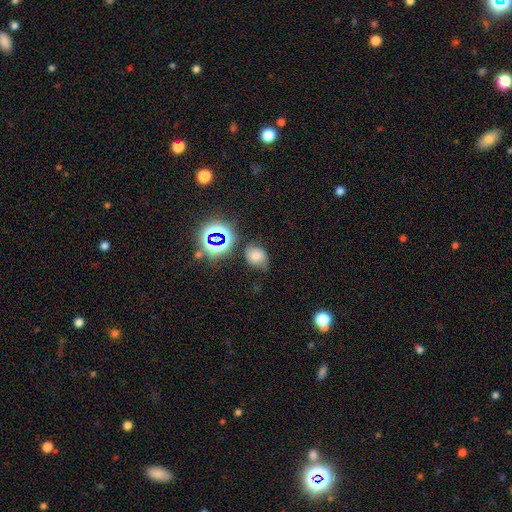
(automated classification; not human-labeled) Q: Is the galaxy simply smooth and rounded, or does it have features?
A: smooth — 61%.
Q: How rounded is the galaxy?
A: in between — 65%.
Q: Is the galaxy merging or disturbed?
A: none — 59%.